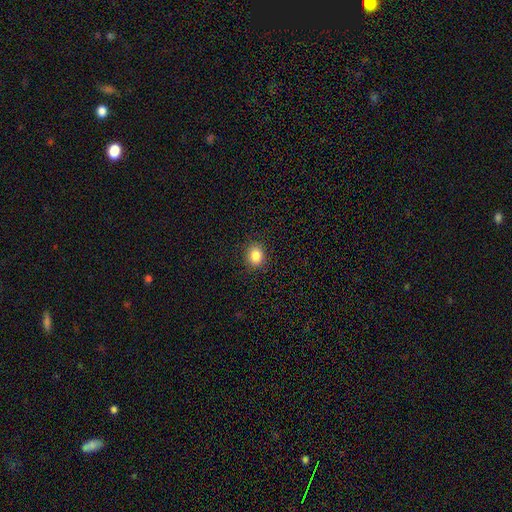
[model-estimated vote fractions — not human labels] Smooth or featured?
  - smooth: 85% *
  - star or artifact: 10%
  - featured or disk: 5%
How rounded?
  - round: 58% *
  - in between: 41%
  - cigar-shaped: 1%
Merging?
  - none: 90% *
  - minor disturbance: 7%
  - major disturbance: 2%
  - merger: 1%